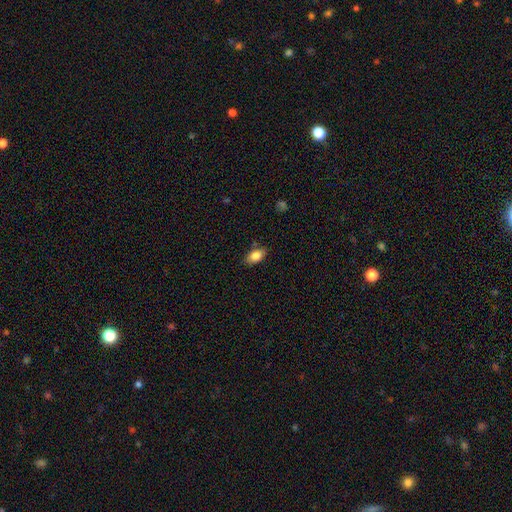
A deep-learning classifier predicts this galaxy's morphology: This appears to be a smooth galaxy with no disk features (83%) that is in between round and cigar-shaped (88%). Merging: none (80%).